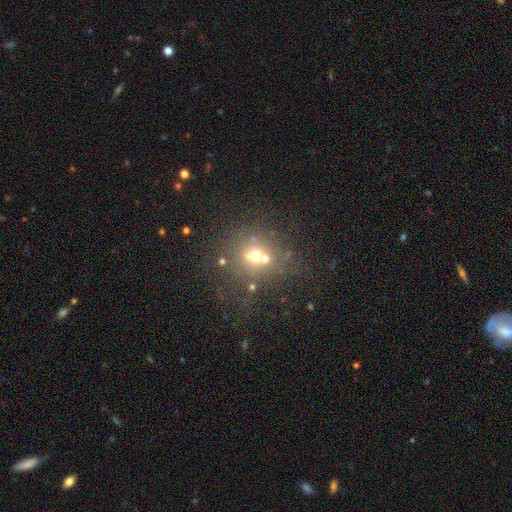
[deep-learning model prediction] Overall: smooth (52%; featured or disk 24%). How rounded: round (80%). Merging: none (48%; merger 35%).